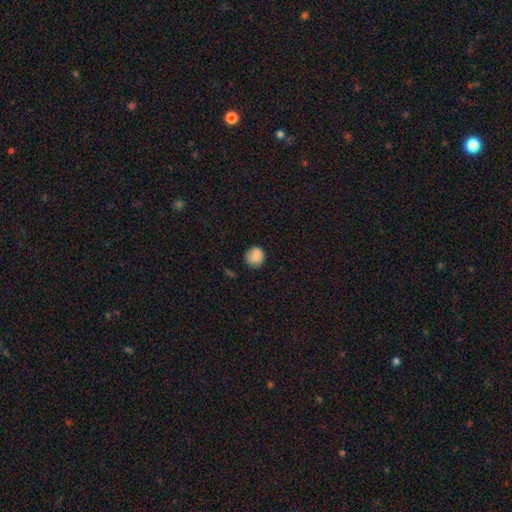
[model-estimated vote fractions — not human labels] smooth 78%, featured or disk 13%, star or artifact 9%. Down the decision tree: how rounded — round (84%); merging — none (68%).